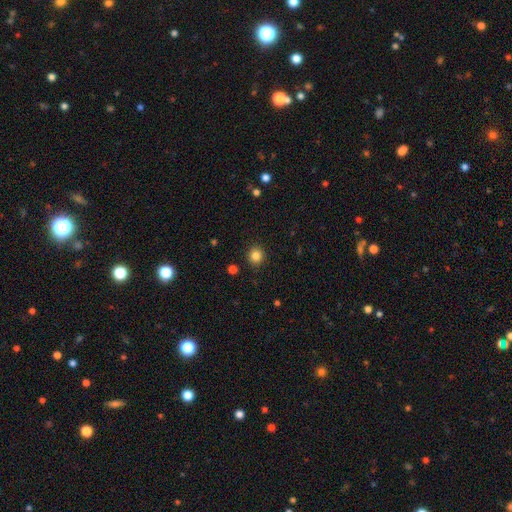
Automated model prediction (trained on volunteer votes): Overall: smooth (83%). How rounded: round (84%). Merging: none (91%).